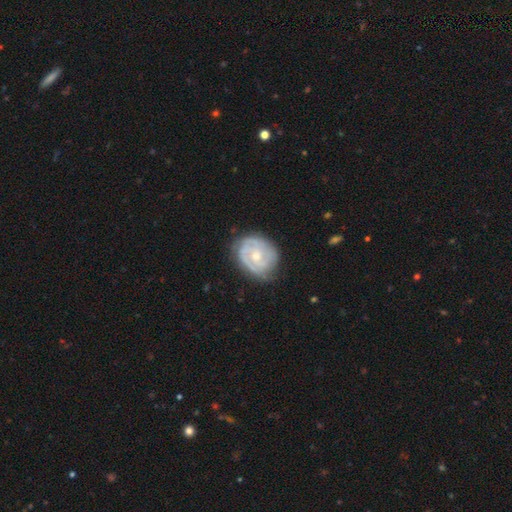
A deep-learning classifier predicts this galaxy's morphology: This is likely a featured or disk galaxy (80%). It is clearly not viewed edge-on (98%). Bar: likely no (72%). Spiral arm pattern: clearly yes (90%). Spiral arm count: marginally 2 (36%). Spiral winding: likely tight (70%). Central bulge: possibly moderate (52%). Merging: likely none (73%).